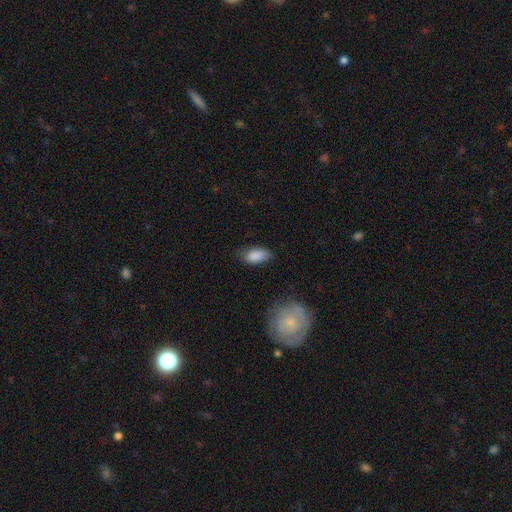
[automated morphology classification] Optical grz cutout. It shows a smooth galaxy with no disk features (88%) that is in between round and cigar-shaped (93%). Merging: none (72%).